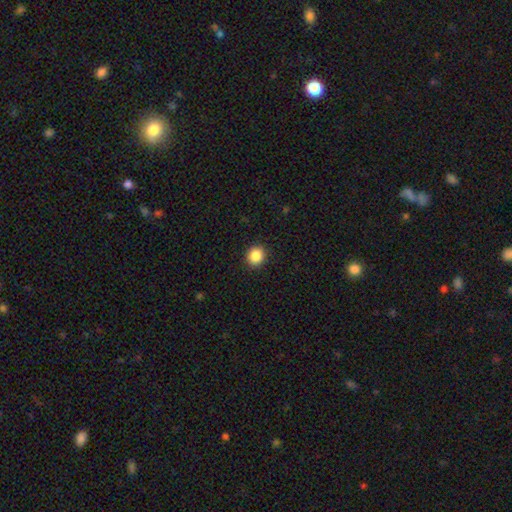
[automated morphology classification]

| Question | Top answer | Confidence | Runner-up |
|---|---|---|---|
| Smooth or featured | smooth | 87% | star or artifact (10%) |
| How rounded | round | 82% | in between (17%) |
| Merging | none | 92% | minor disturbance (5%) |